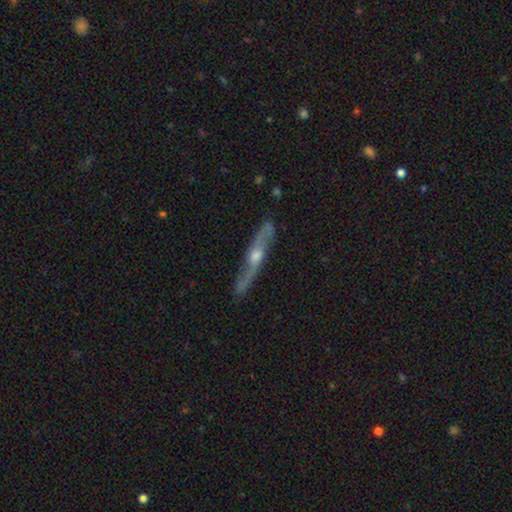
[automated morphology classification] Smooth or featured?
  - featured or disk: 79% *
  - smooth: 16%
  - star or artifact: 5%
Edge-on disk?
  - yes: 70% *
  - no: 30%
Edge-on bulge?
  - rounded: 88% *
  - none: 8%
  - boxy: 4%
Merging?
  - none: 82% *
  - minor disturbance: 14%
  - major disturbance: 3%
  - merger: 2%